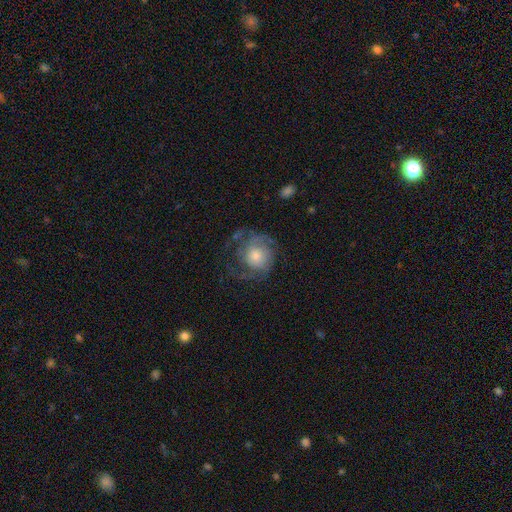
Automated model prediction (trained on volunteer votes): Smooth or featured? featured or disk (63%)
Edge-on disk? no (97%)
Bar? no (80%)
Spiral arms? yes (82%)
Spiral winding? tight (42%)
Spiral arm count? 2 (37%)
Bulge size? moderate (48%)
Merging? none (57%)